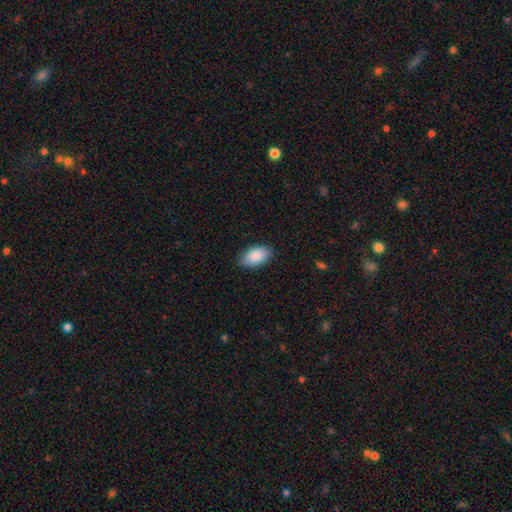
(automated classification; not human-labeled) A smooth galaxy with no disk features (88%) that is in between round and cigar-shaped (95%). Merging: none (86%).